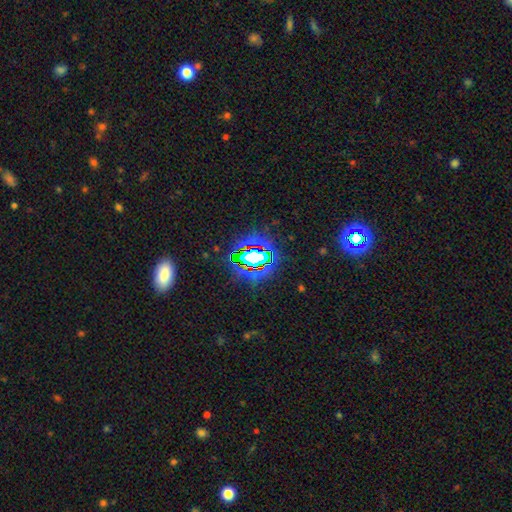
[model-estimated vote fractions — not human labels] Smooth or featured?
  - star or artifact: 70% *
  - smooth: 18%
  - featured or disk: 12%